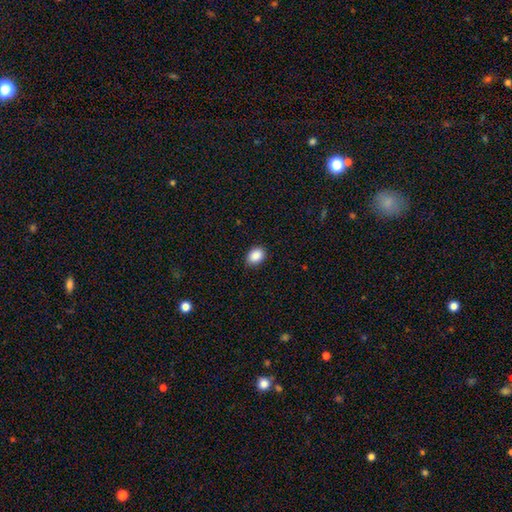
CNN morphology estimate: A smooth galaxy with no disk features (89%) that is in between round and cigar-shaped (69%). Merging: none (88%).